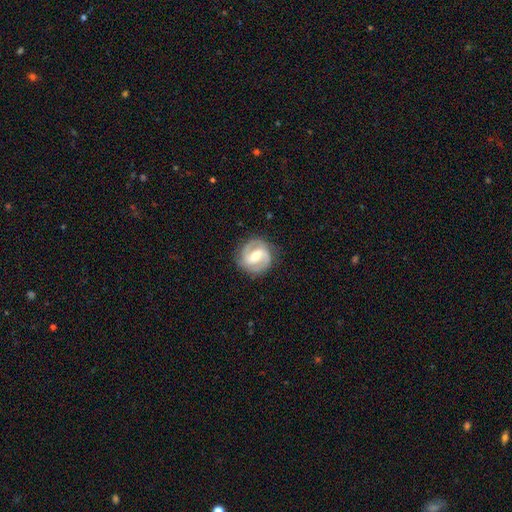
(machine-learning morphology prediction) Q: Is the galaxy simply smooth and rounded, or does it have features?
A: featured or disk — 82%.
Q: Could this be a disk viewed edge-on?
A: no — 97%.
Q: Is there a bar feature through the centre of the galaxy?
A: weak — 44%.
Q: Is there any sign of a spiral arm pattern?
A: yes — 94%.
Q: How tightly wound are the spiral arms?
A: medium — 47%.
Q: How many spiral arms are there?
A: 2 — 88%.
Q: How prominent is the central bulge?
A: moderate — 63%.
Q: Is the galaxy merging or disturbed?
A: none — 83%.